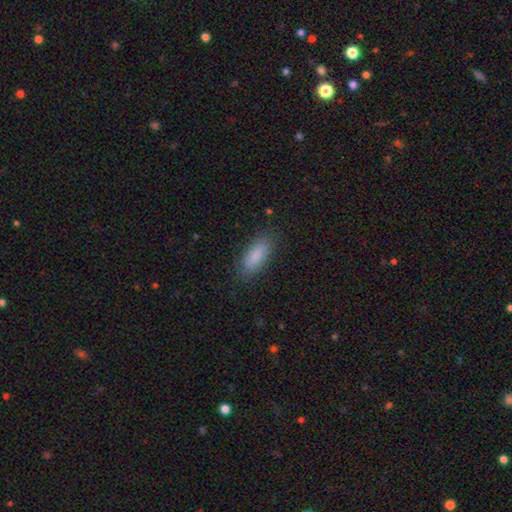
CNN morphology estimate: smooth_or_featured: smooth (p=0.86) [alt: star or artifact p=0.07]
how_rounded: in between (p=0.71) [alt: cigar-shaped p=0.27]
merging: none (p=0.85) [alt: minor disturbance p=0.11]